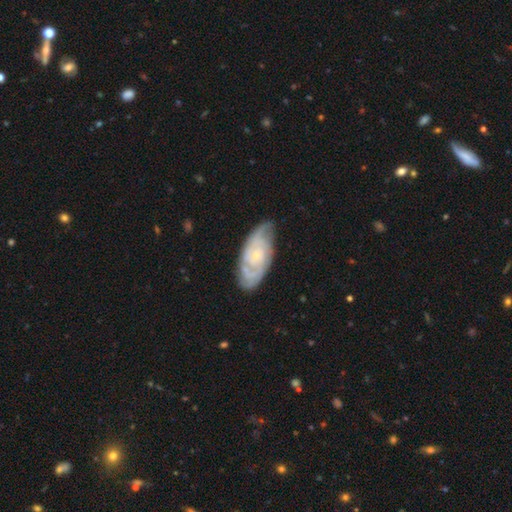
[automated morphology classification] smooth-or-featured: featured or disk: 78% | smooth: 16% | star or artifact: 6%
  disk-edge-on: no: 94% | yes: 6%
    bar: no: 75% | weak: 22% | strong: 3%
    has-spiral-arms: yes: 93% | no: 7%
      spiral-winding: tight: 64% | medium: 29% | loose: 7%
      spiral-arm-count: can't tell: 36% | 2: 32% | 3: 17% | 4: 7% | 1: 4% | more than 4: 4%
    bulge-size: small: 73% | moderate: 21% | none: 3% | large: 1% | dominant: 1%
  merging: none: 69% | minor disturbance: 23% | major disturbance: 6% | merger: 2%